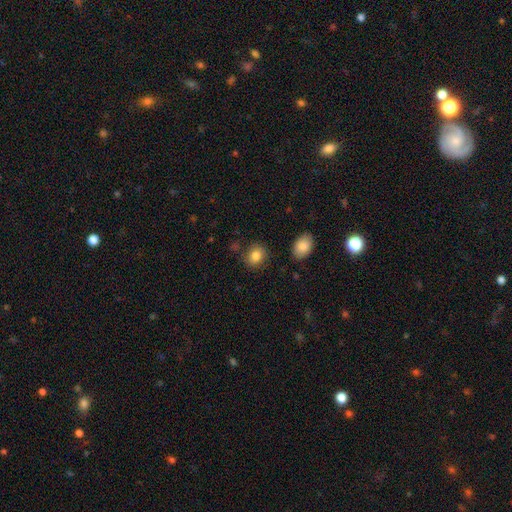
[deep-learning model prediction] Overall: smooth (84%). How rounded: round (57%; in between 42%). Merging: none (82%).